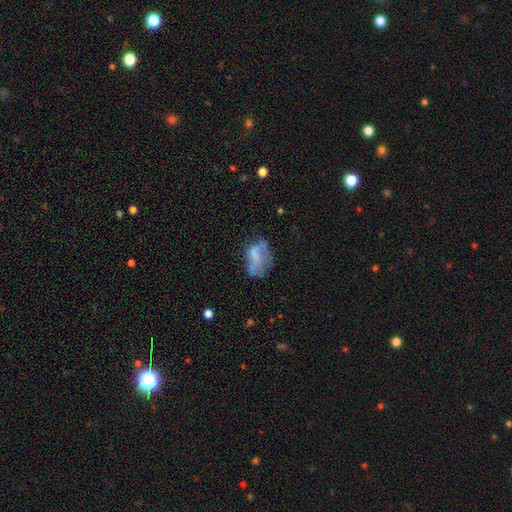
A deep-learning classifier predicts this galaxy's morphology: type=smooth (50%); merging=none (35%).